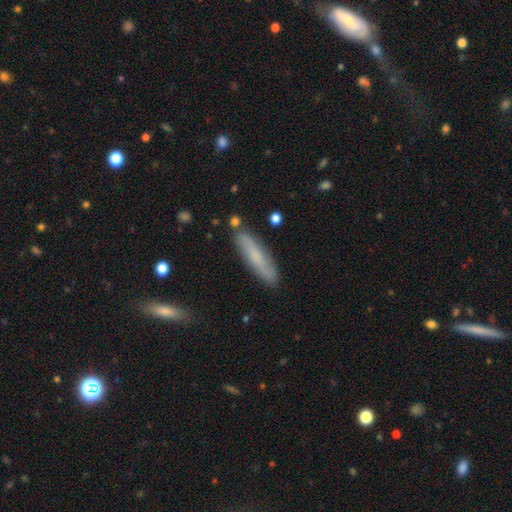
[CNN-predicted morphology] The model was most divided on "smooth or featured": smooth: 62%, featured or disk: 31%, star or artifact: 7%. More confident: merging — none (84%); how rounded — cigar-shaped (80%).